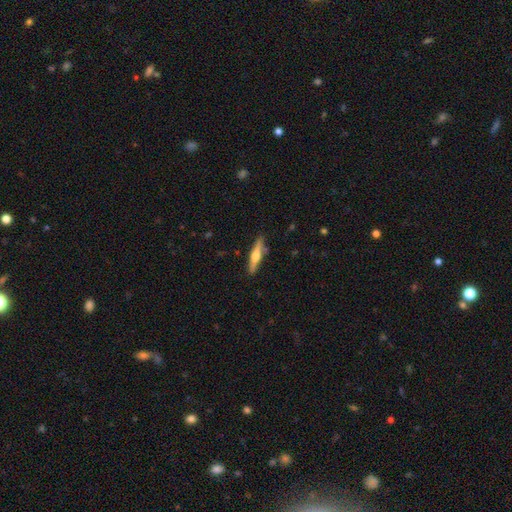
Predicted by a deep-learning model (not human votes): smooth-or-featured: featured or disk: 59% | smooth: 35% | star or artifact: 5%
  disk-edge-on: yes: 96% | no: 4%
    edge-on-bulge: rounded: 92% | boxy: 5% | none: 4%
  merging: none: 85% | minor disturbance: 10% | merger: 2% | major disturbance: 2%